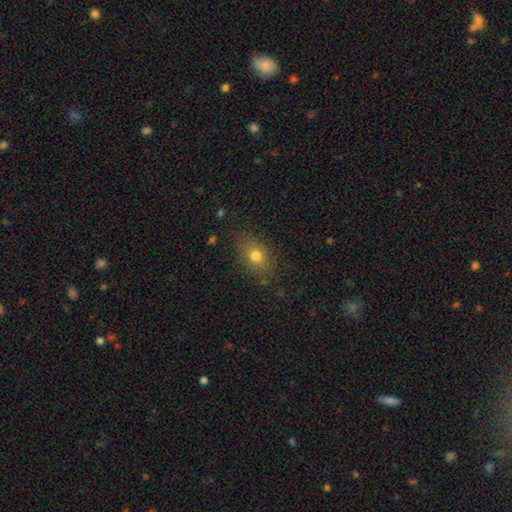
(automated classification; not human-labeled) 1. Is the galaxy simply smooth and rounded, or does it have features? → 75% smooth, 13% featured or disk, 12% star or artifact.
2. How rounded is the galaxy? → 70% in between, 28% round, 2% cigar-shaped.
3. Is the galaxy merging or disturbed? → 81% none, 14% minor disturbance, 4% major disturbance, 1% merger.